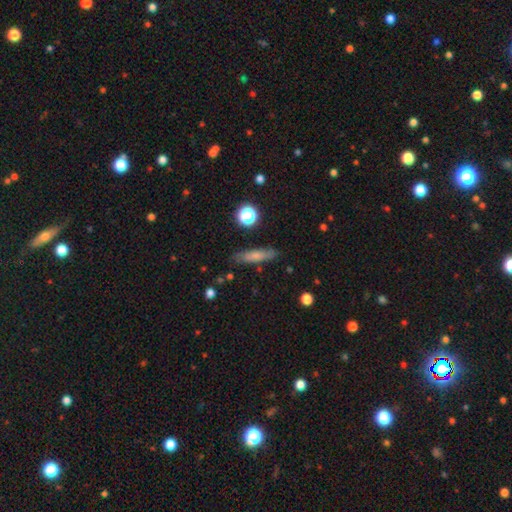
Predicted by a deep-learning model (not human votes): Smooth or featured?
  - smooth: 70% *
  - featured or disk: 21%
  - star or artifact: 10%
How rounded?
  - cigar-shaped: 75% *
  - in between: 21%
  - round: 4%
Merging?
  - none: 82% *
  - minor disturbance: 13%
  - major disturbance: 3%
  - merger: 2%